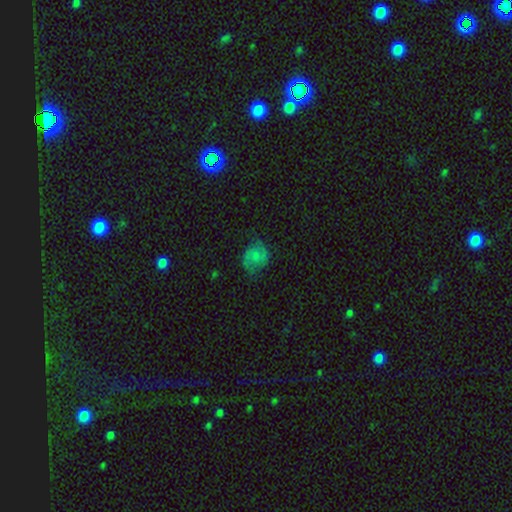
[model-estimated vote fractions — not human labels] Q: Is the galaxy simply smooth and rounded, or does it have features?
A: smooth — 51%.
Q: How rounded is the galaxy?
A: round — 59%.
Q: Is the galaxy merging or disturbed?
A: none — 57%.